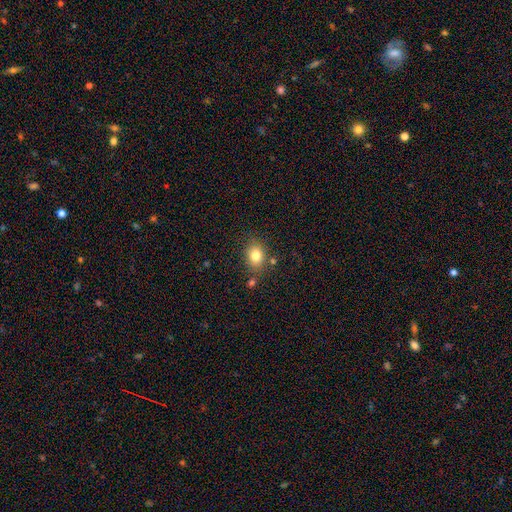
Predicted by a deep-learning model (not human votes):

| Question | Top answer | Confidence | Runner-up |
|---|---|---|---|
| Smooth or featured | smooth | 81% | star or artifact (11%) |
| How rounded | in between | 54% | round (45%) |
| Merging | none | 76% | minor disturbance (14%) |